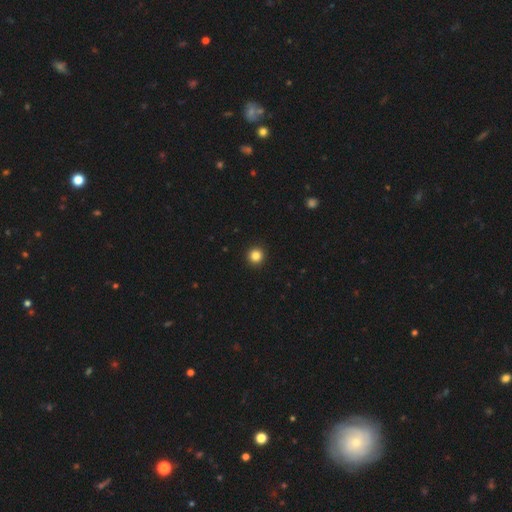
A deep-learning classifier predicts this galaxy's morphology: Smooth or featured: smooth — 85% (star or artifact — 11%)
How rounded: round — 95% (in between — 4%)
Merging: none — 94% (minor disturbance — 4%)